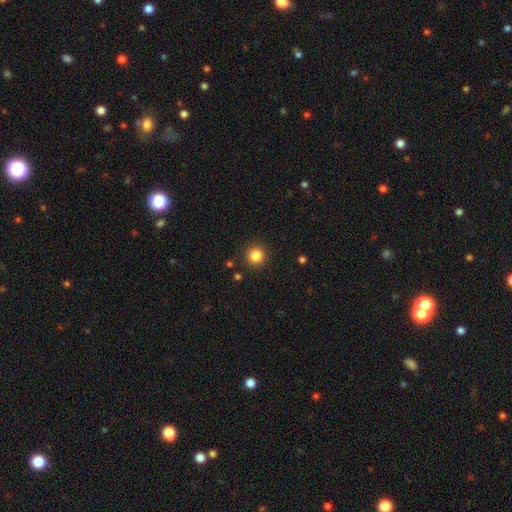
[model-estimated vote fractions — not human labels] smooth_or_featured: smooth (p=0.84) [alt: star or artifact p=0.12]
how_rounded: round (p=0.95) [alt: in between p=0.04]
merging: none (p=0.91) [alt: minor disturbance p=0.06]